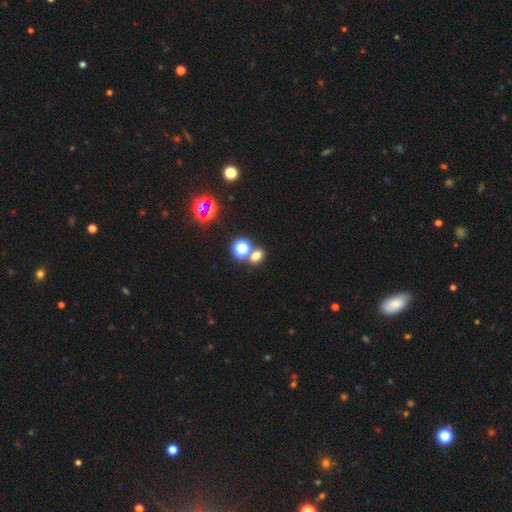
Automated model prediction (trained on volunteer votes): Q: Smooth or featured?
A: smooth (67%); runner-up: star or artifact (26%)
Q: How rounded?
A: in between (56%); runner-up: round (43%)
Q: Merging?
A: none (65%); runner-up: merger (23%)